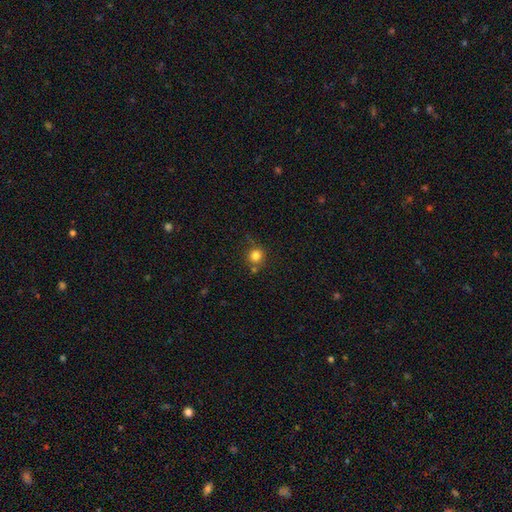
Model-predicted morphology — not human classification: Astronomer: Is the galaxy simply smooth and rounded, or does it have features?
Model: smooth — 80%.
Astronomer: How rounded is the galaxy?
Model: round — 89%.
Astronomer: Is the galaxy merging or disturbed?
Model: none — 70%.